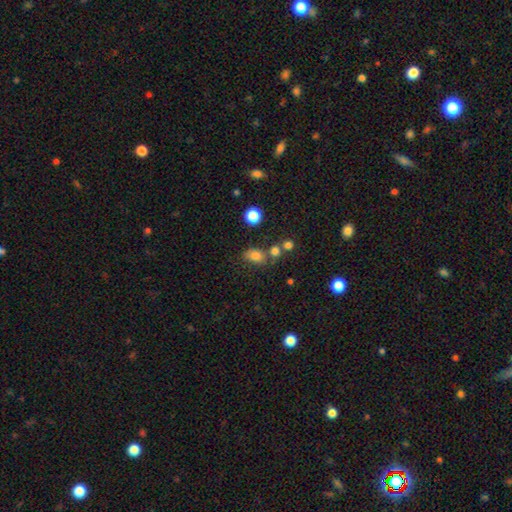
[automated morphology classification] The model was most divided on "merging": none: 59%, minor disturbance: 17%, merger: 17%, major disturbance: 7%. More confident: smooth or featured — smooth (77%); how rounded — in between (72%).